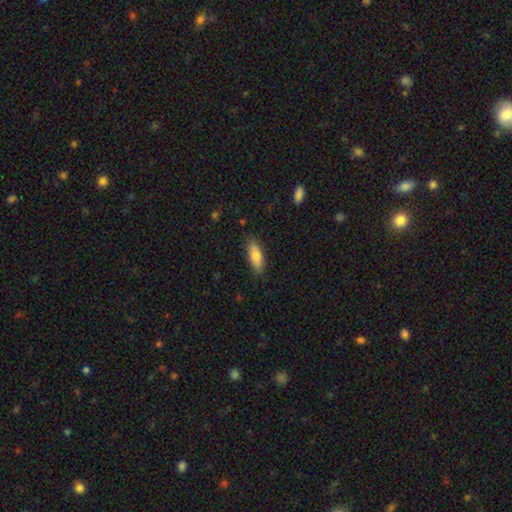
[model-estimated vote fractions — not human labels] Morphology: type=smooth (77%); roundness=in between (57%); merging=none (86%).